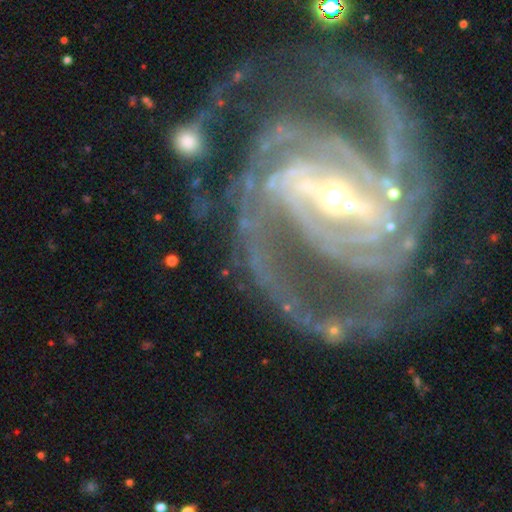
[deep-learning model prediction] Smooth or featured? Predicted: featured or disk (p=0.92). Edge-on disk? Predicted: no (p=0.98). Bar? Predicted: strong (p=0.60). Spiral arms? Predicted: yes (p=0.98). Spiral winding? Predicted: medium (p=0.46). Spiral arm count? Predicted: 2 (p=0.38). Bulge size? Predicted: small (p=0.73). Merging? Predicted: none (p=0.56).